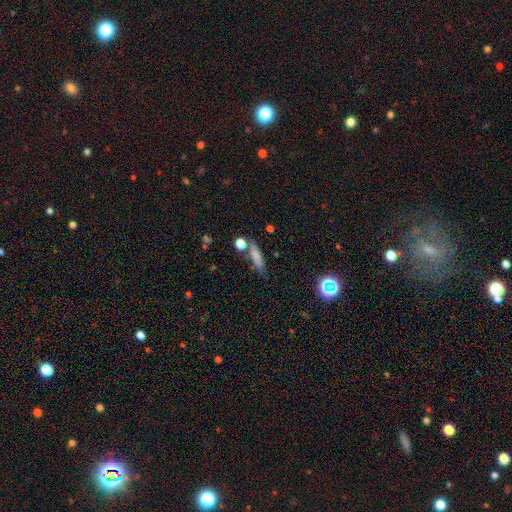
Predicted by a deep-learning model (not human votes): smooth_or_featured: smooth (p=0.74) [alt: featured or disk p=0.15]
how_rounded: cigar-shaped (p=0.67) [alt: in between p=0.28]
merging: none (p=0.70) [alt: minor disturbance p=0.15]